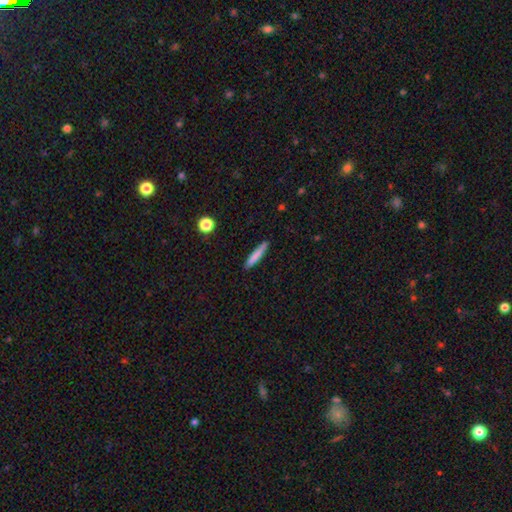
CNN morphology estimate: Smooth or featured: smooth — 78% (featured or disk — 15%)
How rounded: cigar-shaped — 93% (in between — 5%)
Merging: none — 88% (minor disturbance — 9%)